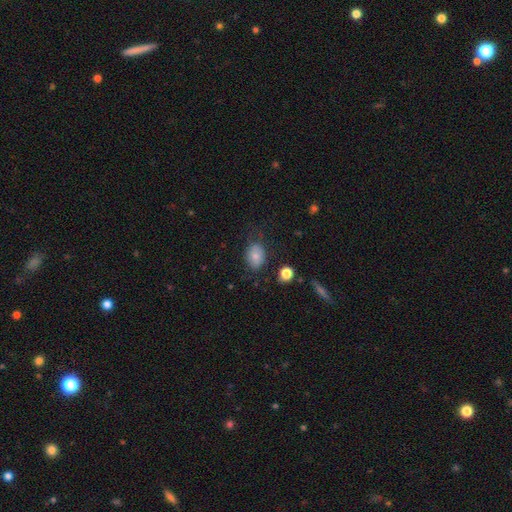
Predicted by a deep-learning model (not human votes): Q: Smooth or featured?
A: smooth (78%); runner-up: featured or disk (13%)
Q: How rounded?
A: in between (66%); runner-up: round (33%)
Q: Merging?
A: none (66%); runner-up: minor disturbance (23%)